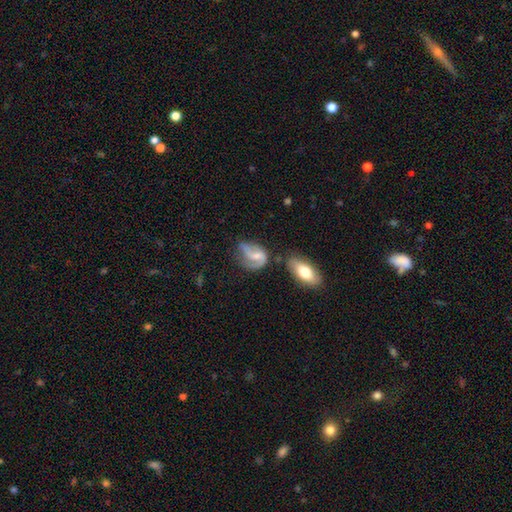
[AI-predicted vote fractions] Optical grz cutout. It shows a featured or disk galaxy (66%) with a weak bar (43%), 2 (67%) loose (49%) spiral arms (86%) and a small central bulge (43%). Merging: none (39%).